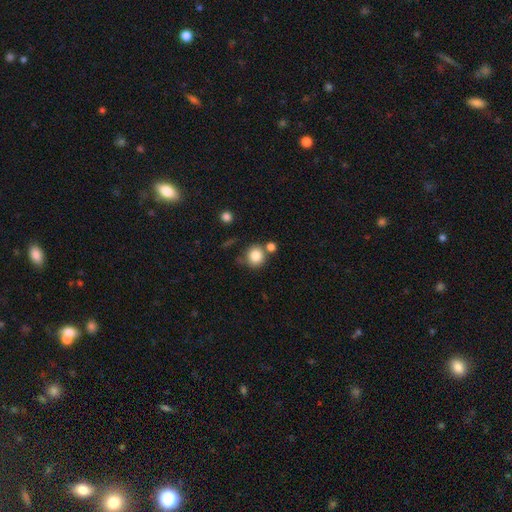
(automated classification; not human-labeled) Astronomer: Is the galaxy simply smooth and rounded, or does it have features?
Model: smooth — 83%.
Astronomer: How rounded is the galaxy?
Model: round — 88%.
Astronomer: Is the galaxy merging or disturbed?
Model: none — 67%.